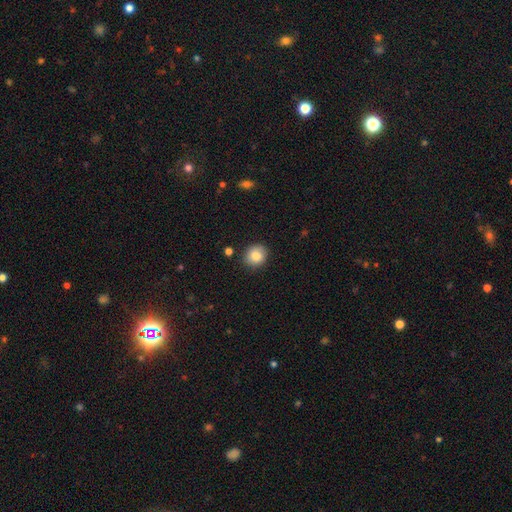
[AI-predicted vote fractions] Morphology: type=smooth (83%); roundness=round (79%); merging=none (87%).